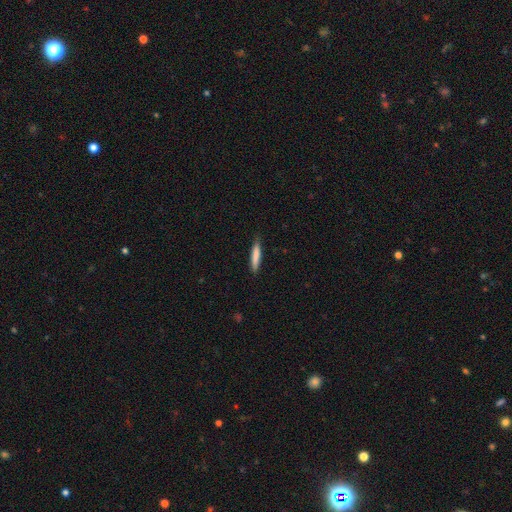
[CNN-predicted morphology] Smooth or featured?
  - smooth: 80% *
  - featured or disk: 15%
  - star or artifact: 6%
How rounded?
  - cigar-shaped: 91% *
  - in between: 8%
  - round: 1%
Merging?
  - none: 85% *
  - minor disturbance: 12%
  - major disturbance: 2%
  - merger: 1%